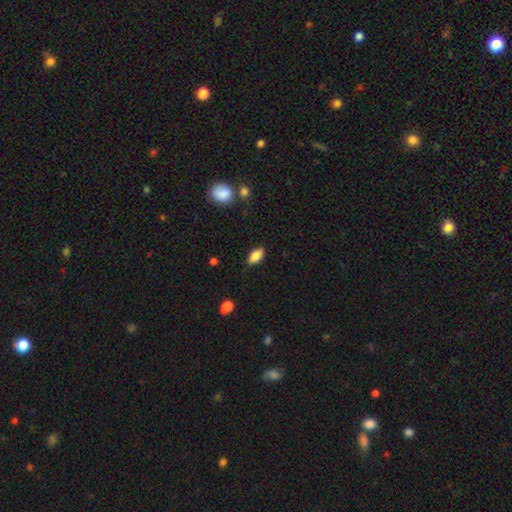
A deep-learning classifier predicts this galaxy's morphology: Smooth or featured? smooth (84%)
How rounded? in between (88%)
Merging? none (85%)